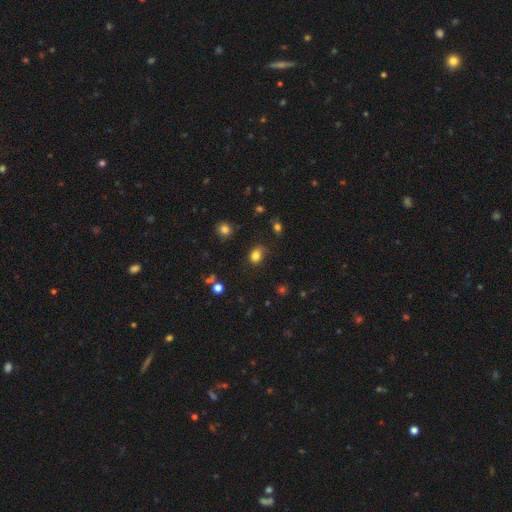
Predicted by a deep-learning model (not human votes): smooth 81%, star or artifact 13%, featured or disk 6%. Down the decision tree: how rounded — in between (57%); merging — none (70%).